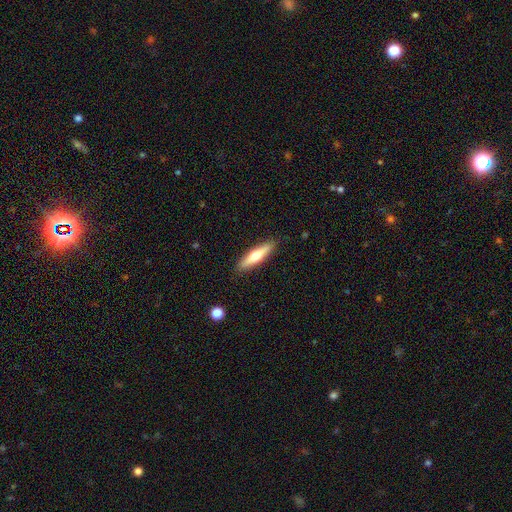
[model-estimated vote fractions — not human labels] smooth-or-featured: smooth: 50% | featured or disk: 44% | star or artifact: 5%
  how-rounded: cigar-shaped: 78% | in between: 20% | round: 2%
  merging: none: 89% | minor disturbance: 8% | major disturbance: 2% | merger: 1%